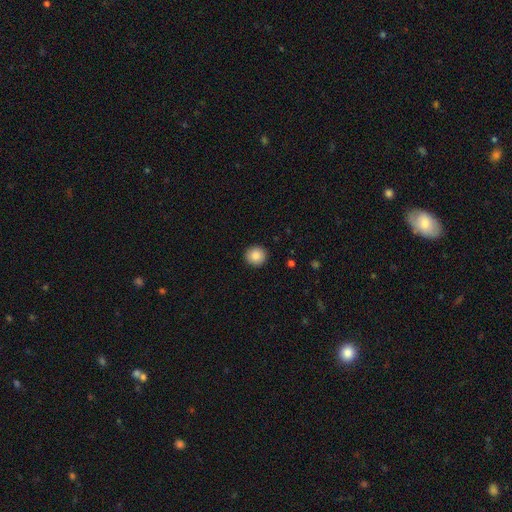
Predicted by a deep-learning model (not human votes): Q: Smooth or featured?
A: smooth (86%); runner-up: star or artifact (8%)
Q: How rounded?
A: round (93%); runner-up: in between (6%)
Q: Merging?
A: none (92%); runner-up: minor disturbance (5%)